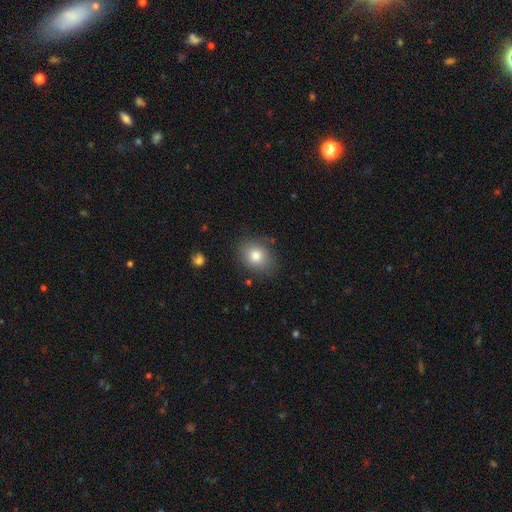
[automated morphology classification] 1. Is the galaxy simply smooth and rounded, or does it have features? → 81% smooth, 10% featured or disk, 9% star or artifact.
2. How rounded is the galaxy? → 53% in between, 46% round, 1% cigar-shaped.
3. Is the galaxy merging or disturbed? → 82% none, 13% minor disturbance, 3% major disturbance, 2% merger.